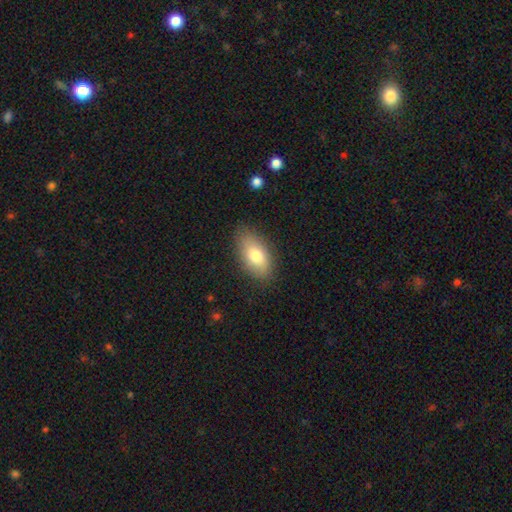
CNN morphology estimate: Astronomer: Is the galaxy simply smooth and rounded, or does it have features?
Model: smooth — 76%.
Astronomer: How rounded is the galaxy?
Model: in between — 90%.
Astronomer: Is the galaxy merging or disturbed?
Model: none — 82%.